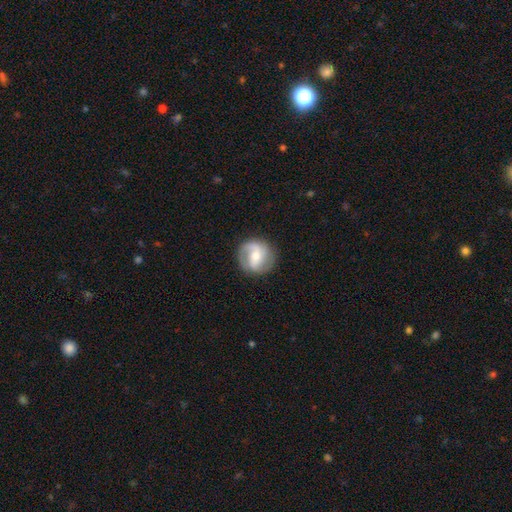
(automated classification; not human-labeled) Morphology: type=featured or disk (70%); edge-on=no (97%); bar=weak (44%); spiral arms=yes (88%); winding=medium (44%); arm count=2 (80%); bulge=moderate (55%); merging=none (83%).